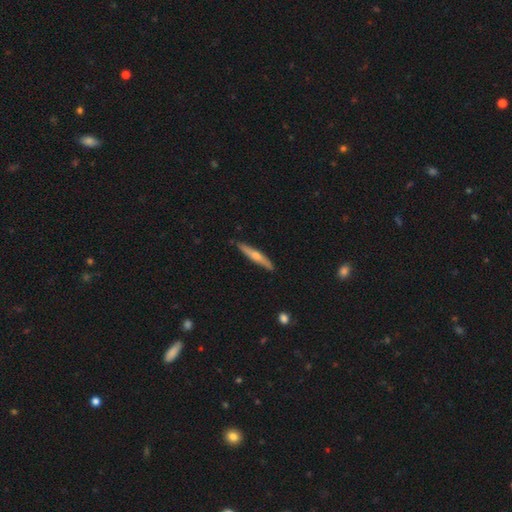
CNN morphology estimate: Smooth or featured?
  - smooth: 50% *
  - featured or disk: 45%
  - star or artifact: 5%
Merging?
  - none: 88% *
  - minor disturbance: 10%
  - major disturbance: 2%
  - merger: 1%